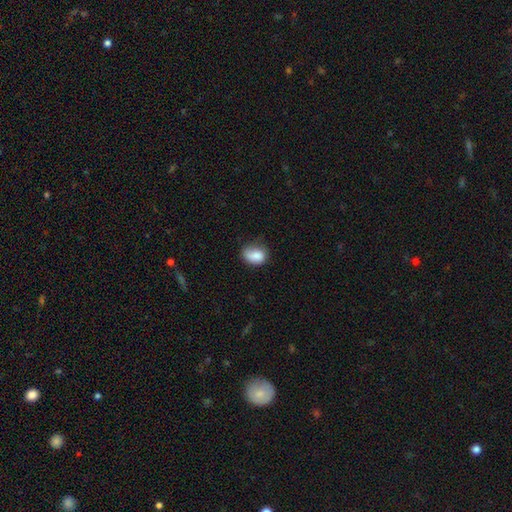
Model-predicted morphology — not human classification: This is clearly a smooth galaxy (84%). How rounded: likely in between (69%). Merging: possibly none (51%).